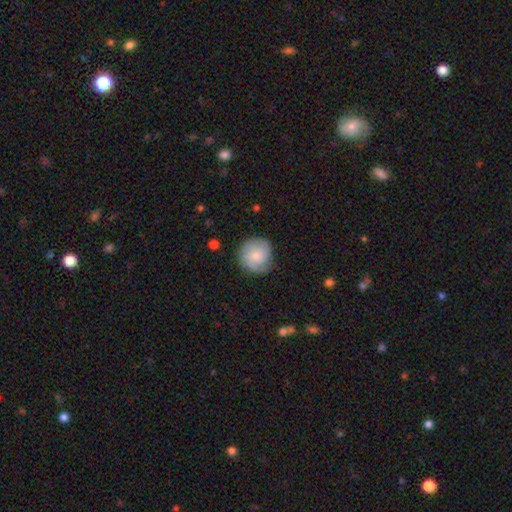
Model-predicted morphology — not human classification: smooth_or_featured: smooth (p=0.61) [alt: featured or disk p=0.32]
how_rounded: round (p=0.90) [alt: in between p=0.09]
merging: none (p=0.75) [alt: minor disturbance p=0.18]